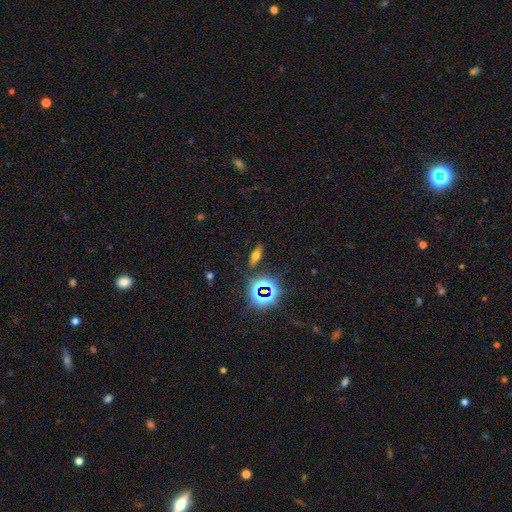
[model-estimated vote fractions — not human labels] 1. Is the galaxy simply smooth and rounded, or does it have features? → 49% smooth, 29% star or artifact, 22% featured or disk.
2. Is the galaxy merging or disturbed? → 85% none, 9% minor disturbance, 3% major disturbance, 2% merger.